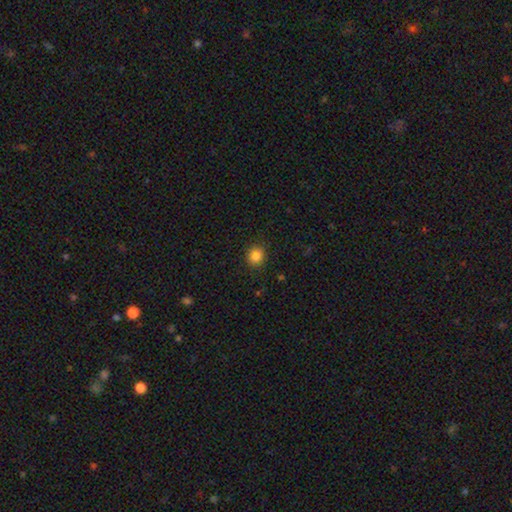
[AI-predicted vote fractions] smooth-or-featured: smooth: 85% | star or artifact: 11% | featured or disk: 4%
  how-rounded: round: 82% | in between: 17% | cigar-shaped: 1%
  merging: none: 89% | minor disturbance: 8% | major disturbance: 2% | merger: 1%